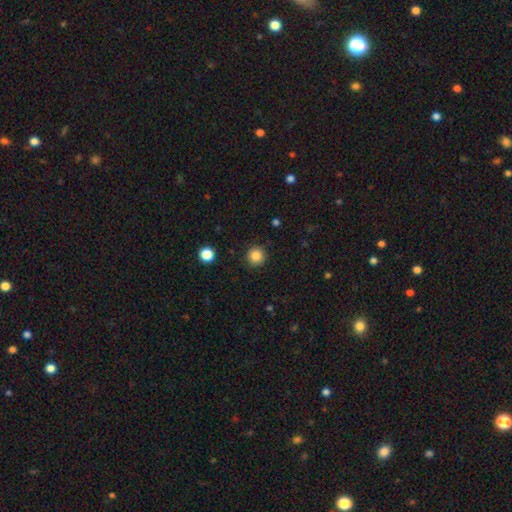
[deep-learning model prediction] The model was most divided on "smooth or featured": smooth: 85%, star or artifact: 11%, featured or disk: 4%. More confident: how rounded — round (94%); merging — none (91%).